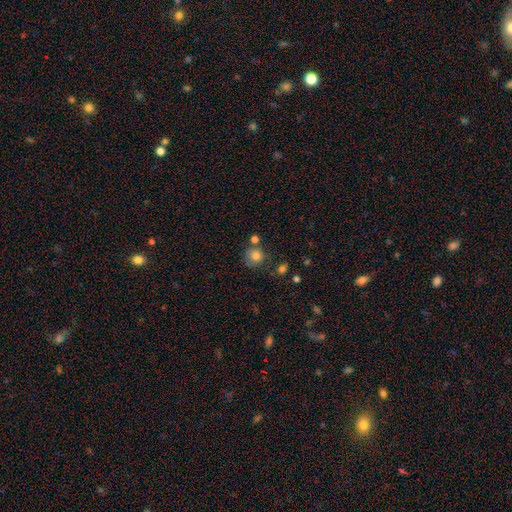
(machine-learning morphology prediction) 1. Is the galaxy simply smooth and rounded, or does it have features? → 78% smooth, 12% featured or disk, 10% star or artifact.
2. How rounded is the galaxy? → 87% round, 12% in between, 1% cigar-shaped.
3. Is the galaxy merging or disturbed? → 61% none, 18% minor disturbance, 13% merger, 7% major disturbance.